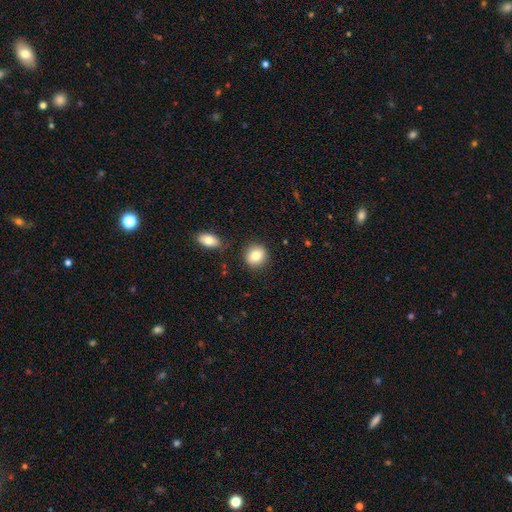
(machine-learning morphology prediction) Smooth or featured?
  - smooth: 83% *
  - star or artifact: 9%
  - featured or disk: 8%
How rounded?
  - round: 81% *
  - in between: 18%
  - cigar-shaped: 1%
Merging?
  - none: 85% *
  - minor disturbance: 9%
  - merger: 4%
  - major disturbance: 3%